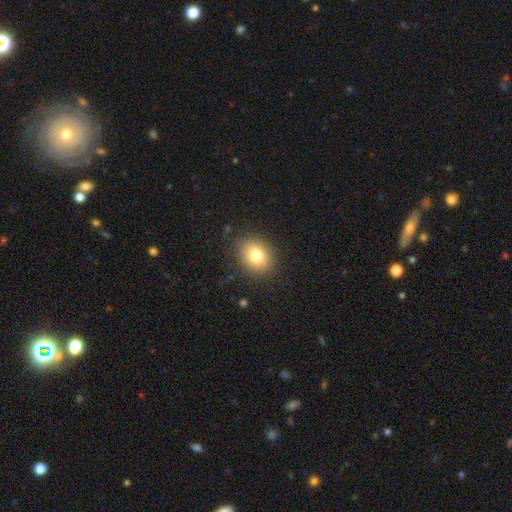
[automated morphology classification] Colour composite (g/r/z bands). It shows a smooth galaxy with no disk features (79%) that is round (59%). Merging: none (86%).